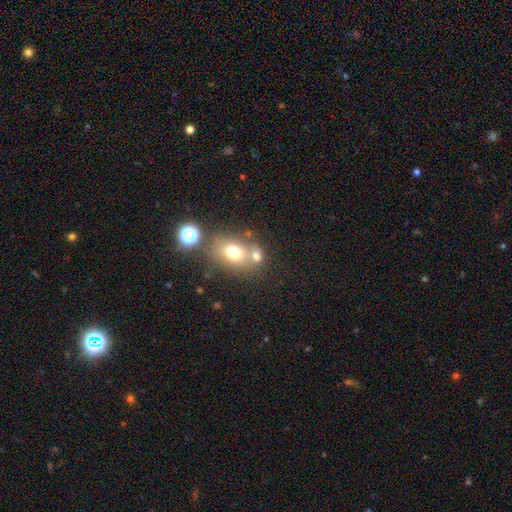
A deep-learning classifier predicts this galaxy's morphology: Smooth or featured? smooth (70%)
How rounded? in between (50%)
Merging? none (48%)